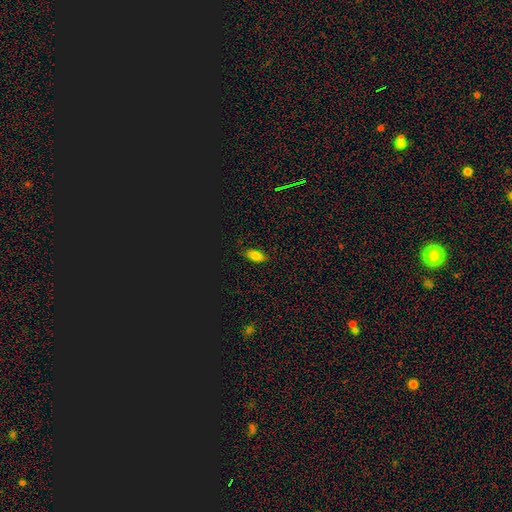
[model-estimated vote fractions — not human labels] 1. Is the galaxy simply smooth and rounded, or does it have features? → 75% smooth, 16% star or artifact, 8% featured or disk.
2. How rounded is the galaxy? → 88% in between, 6% cigar-shaped, 5% round.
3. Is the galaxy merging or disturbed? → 84% none, 12% minor disturbance, 2% major disturbance, 1% merger.